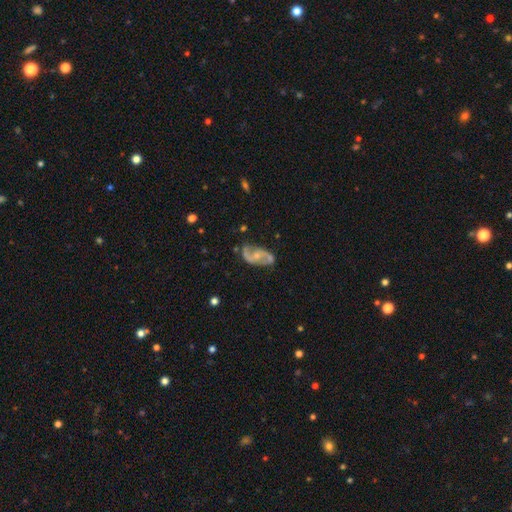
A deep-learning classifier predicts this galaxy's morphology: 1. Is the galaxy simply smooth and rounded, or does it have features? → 83% featured or disk, 12% smooth, 5% star or artifact.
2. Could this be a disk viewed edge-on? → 97% no, 3% yes.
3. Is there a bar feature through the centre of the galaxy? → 57% no, 35% weak, 8% strong.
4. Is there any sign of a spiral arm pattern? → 93% yes, 7% no.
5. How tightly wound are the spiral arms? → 44% medium, 43% loose, 13% tight.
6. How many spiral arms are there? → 90% 2, 4% can't tell, 2% 1, 1% 3, 1% 4, 1% more than 4.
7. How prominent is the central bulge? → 50% small, 38% moderate, 9% none, 2% large, 1% dominant.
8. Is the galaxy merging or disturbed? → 63% none, 22% minor disturbance, 11% major disturbance, 4% merger.